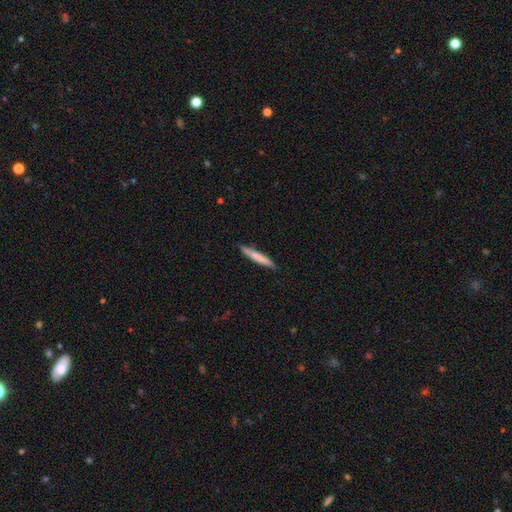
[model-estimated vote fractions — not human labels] Smooth or featured? Predicted: smooth (p=0.63). How rounded? Predicted: cigar-shaped (p=0.96). Merging? Predicted: none (p=0.88).